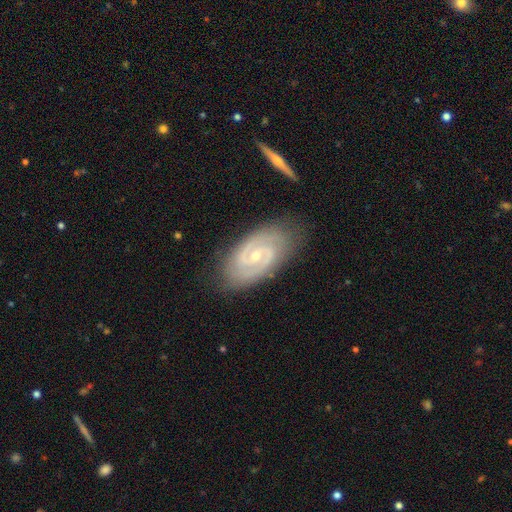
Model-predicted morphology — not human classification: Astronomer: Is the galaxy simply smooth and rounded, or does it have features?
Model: featured or disk — 90%.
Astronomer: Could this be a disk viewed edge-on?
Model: no — 95%.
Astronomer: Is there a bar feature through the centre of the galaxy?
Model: weak — 42%, tied with no at 42%.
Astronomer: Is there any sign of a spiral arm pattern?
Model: yes — 98%.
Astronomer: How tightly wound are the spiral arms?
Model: tight — 60%.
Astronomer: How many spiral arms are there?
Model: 2 — 86%.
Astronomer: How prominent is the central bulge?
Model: small — 60% (runner-up: moderate, 37%).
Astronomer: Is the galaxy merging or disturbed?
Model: none — 81%.